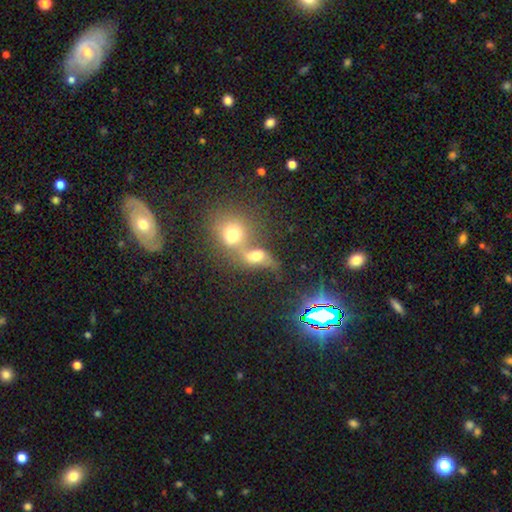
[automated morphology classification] A smooth galaxy with no disk features (52%) that is in between round and cigar-shaped (55%). Merging: merger (58%).